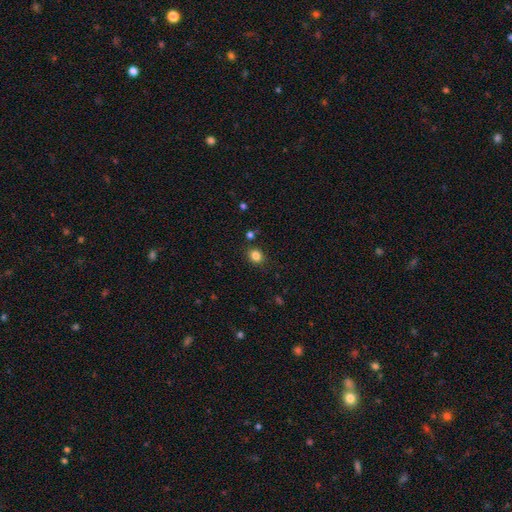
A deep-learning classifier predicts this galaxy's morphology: Smooth or featured?
  - smooth: 83% *
  - star or artifact: 12%
  - featured or disk: 5%
How rounded?
  - round: 65% *
  - in between: 34%
  - cigar-shaped: 1%
Merging?
  - none: 84% *
  - minor disturbance: 10%
  - merger: 4%
  - major disturbance: 3%